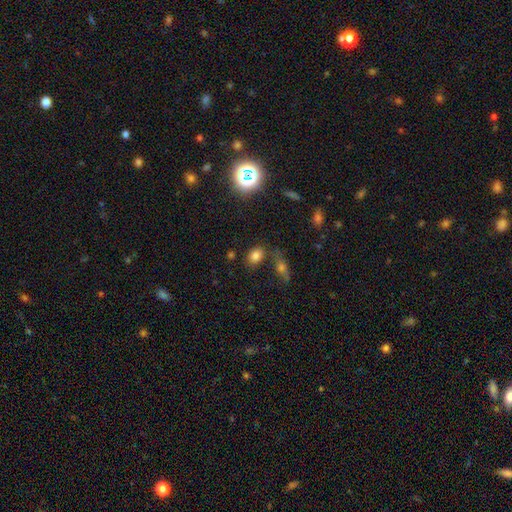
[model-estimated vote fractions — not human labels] Smooth or featured? smooth (78%)
How rounded? in between (73%)
Merging? none (70%)